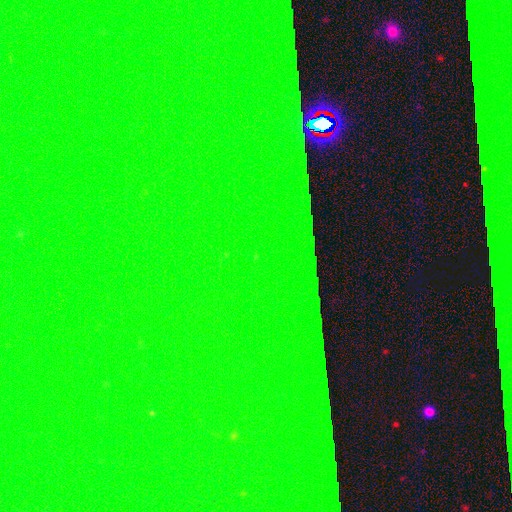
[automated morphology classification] Smooth or featured? star or artifact (87%)